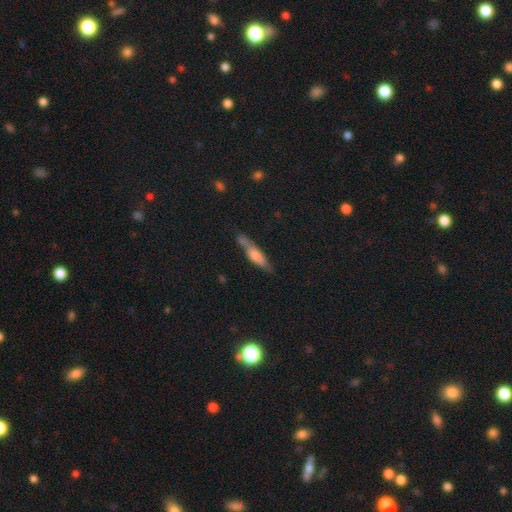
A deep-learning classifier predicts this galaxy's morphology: This appears to be a smooth galaxy with no disk features (58%) that is cigar-shaped (77%). Merging: none (63%).